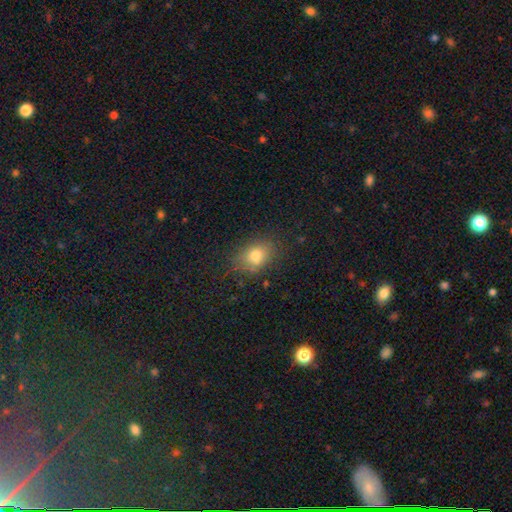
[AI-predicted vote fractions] The model was most divided on "how rounded": in between: 65%, round: 34%, cigar-shaped: 2%. More confident: smooth or featured — smooth (76%); merging — none (73%).